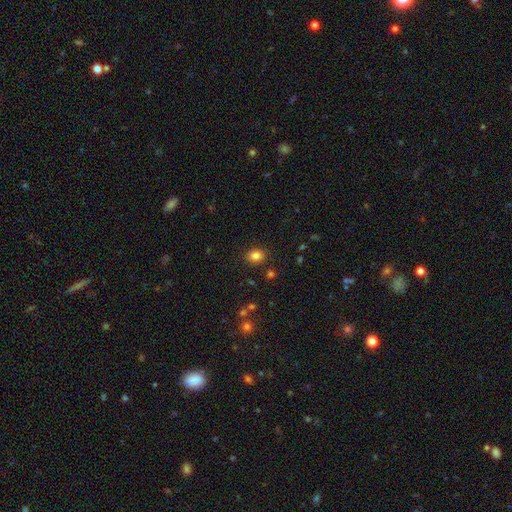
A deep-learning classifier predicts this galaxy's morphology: smooth-or-featured: smooth: 83% | star or artifact: 11% | featured or disk: 6%
  how-rounded: round: 50% | in between: 49% | cigar-shaped: 1%
  merging: none: 86% | minor disturbance: 9% | major disturbance: 3% | merger: 2%